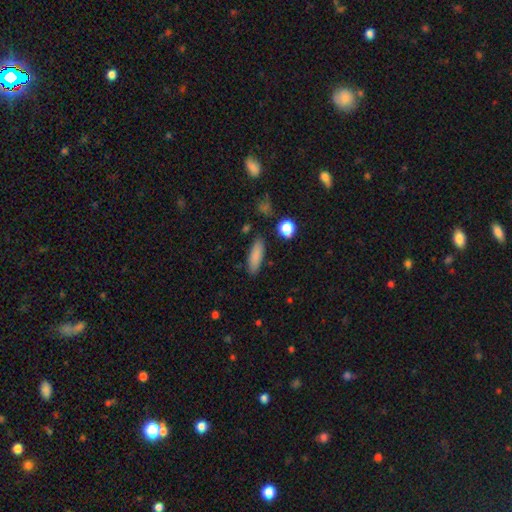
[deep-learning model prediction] The model was most divided on "how rounded": cigar-shaped: 49%, in between: 48%, round: 3%. More confident: merging — none (85%); smooth or featured — smooth (84%).